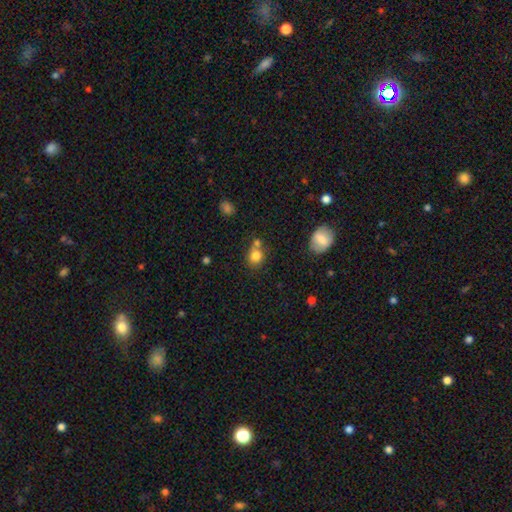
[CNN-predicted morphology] The model was most divided on "merging": none: 54%, merger: 29%, minor disturbance: 13%, major disturbance: 4%. More confident: smooth or featured — smooth (81%); how rounded — round (73%).